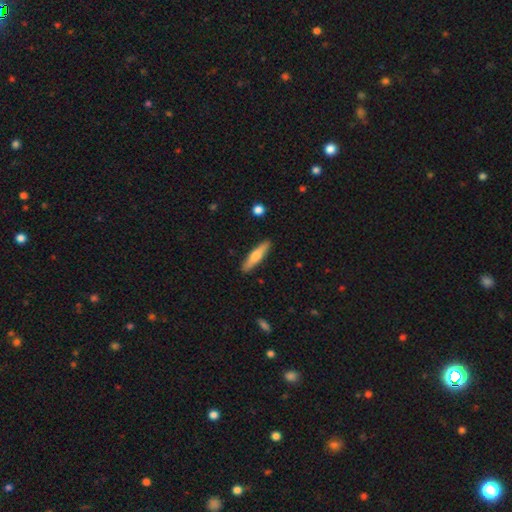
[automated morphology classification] smooth 56%, featured or disk 38%, star or artifact 5%. Down the decision tree: how rounded — cigar-shaped (79%); merging — none (89%).